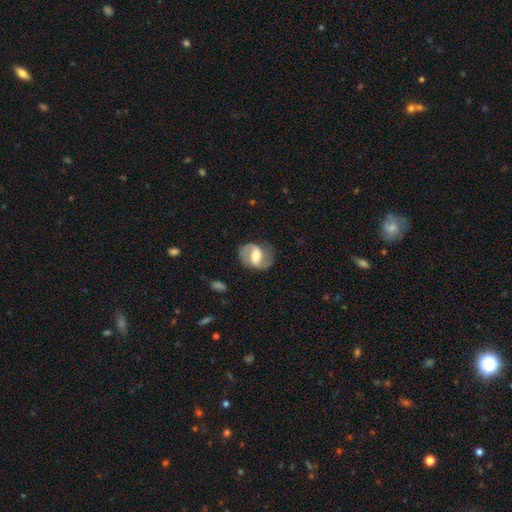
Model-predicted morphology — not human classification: This appears to be a featured or disk galaxy (81%) with a weak bar (45%), 2 (90%) medium (51%) spiral arms (92%) and a moderate central bulge (66%). Merging: none (80%).